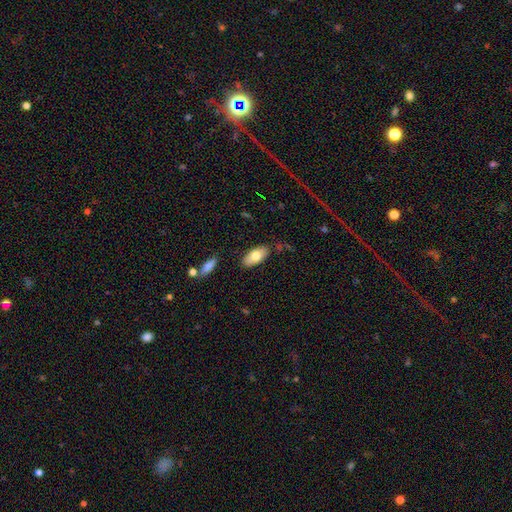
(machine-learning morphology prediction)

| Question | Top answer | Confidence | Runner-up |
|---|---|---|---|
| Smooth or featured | smooth | 76% | featured or disk (18%) |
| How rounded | in between | 89% | cigar-shaped (9%) |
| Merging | none | 82% | minor disturbance (13%) |